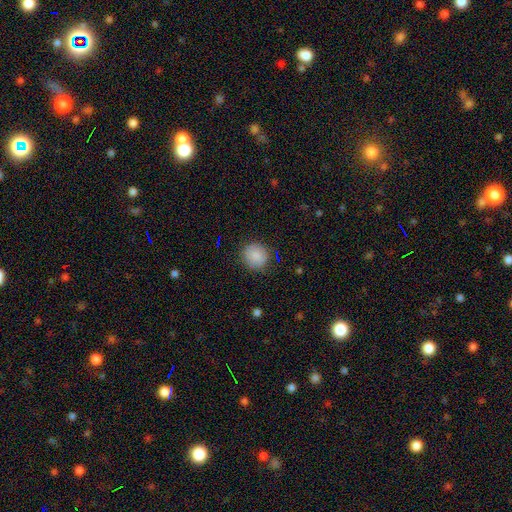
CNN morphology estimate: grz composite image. It shows a smooth galaxy with no disk features (87%) that is round (88%). Merging: none (86%).